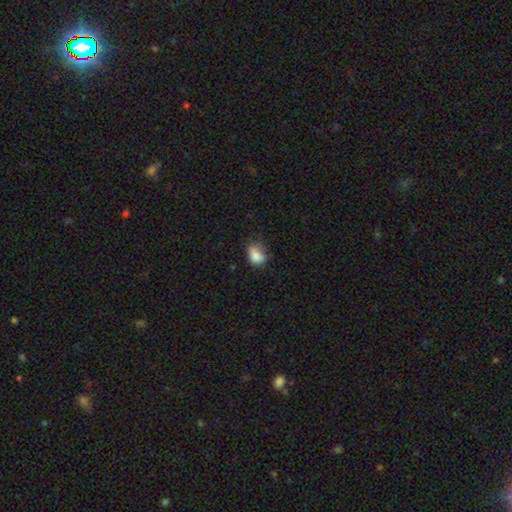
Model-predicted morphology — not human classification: Q: Smooth or featured?
A: smooth (82%); runner-up: star or artifact (10%)
Q: How rounded?
A: in between (73%); runner-up: round (25%)
Q: Merging?
A: none (46%); runner-up: minor disturbance (38%)